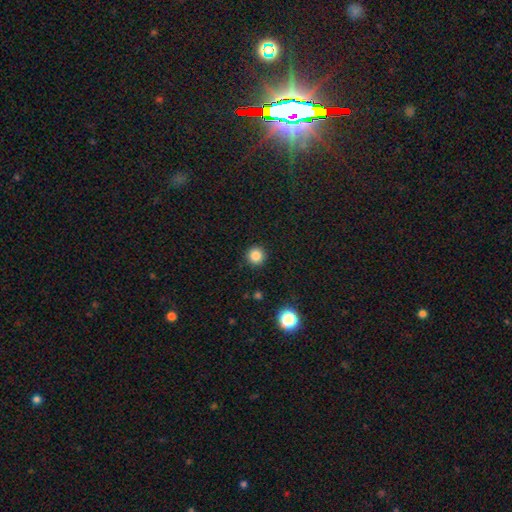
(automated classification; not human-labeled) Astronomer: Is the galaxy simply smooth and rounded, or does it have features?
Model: smooth — 85%.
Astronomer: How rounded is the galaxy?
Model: round — 95%.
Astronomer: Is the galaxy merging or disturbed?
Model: none — 92%.